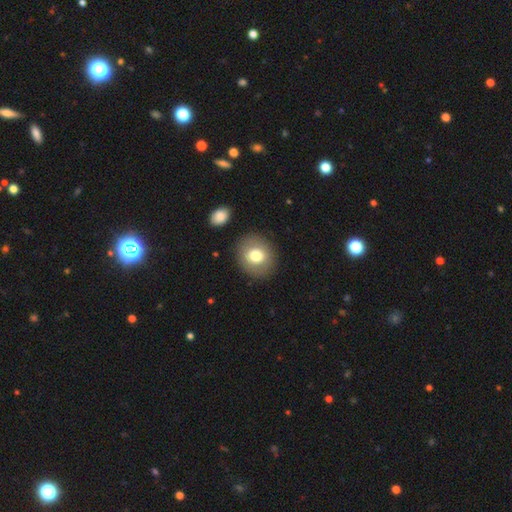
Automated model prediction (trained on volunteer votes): This appears to be a smooth galaxy with no disk features (75%) that is round (77%). Merging: none (87%).